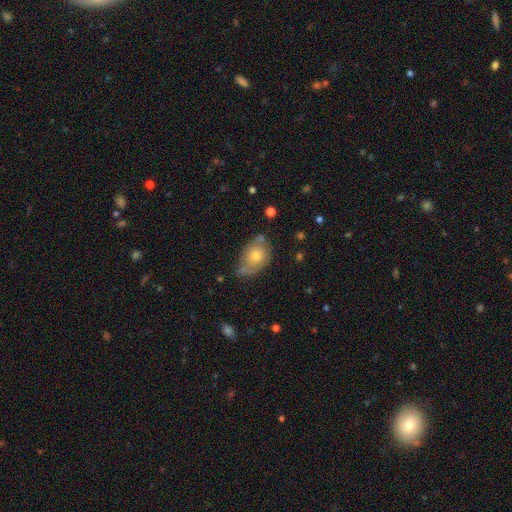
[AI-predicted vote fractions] The model was most divided on "merging": none: 47%, minor disturbance: 32%, major disturbance: 12%, merger: 8%. More confident: how rounded — in between (69%); smooth or featured — smooth (60%).